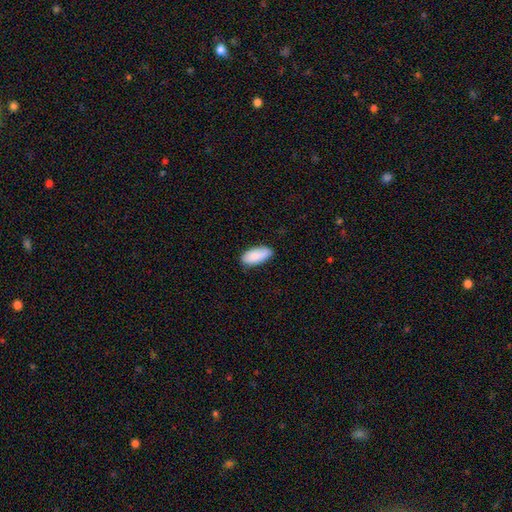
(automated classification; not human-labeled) Smooth or featured?
  - smooth: 90% *
  - star or artifact: 6%
  - featured or disk: 4%
How rounded?
  - in between: 89% *
  - cigar-shaped: 9%
  - round: 2%
Merging?
  - none: 83% *
  - minor disturbance: 14%
  - major disturbance: 2%
  - merger: 1%